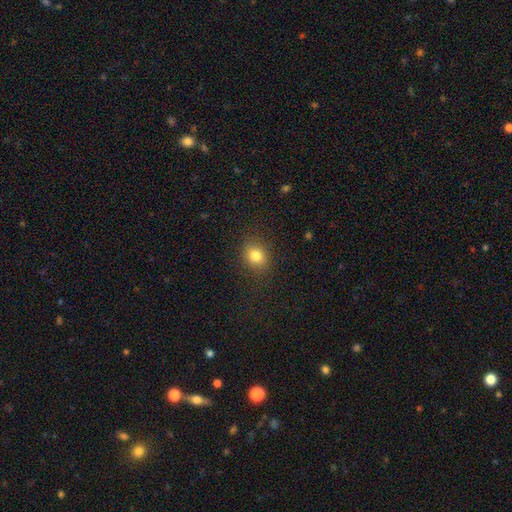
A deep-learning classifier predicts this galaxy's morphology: smooth_or_featured: smooth (p=0.81) [alt: star or artifact p=0.12]
how_rounded: round (p=0.61) [alt: in between p=0.38]
merging: none (p=0.86) [alt: minor disturbance p=0.10]